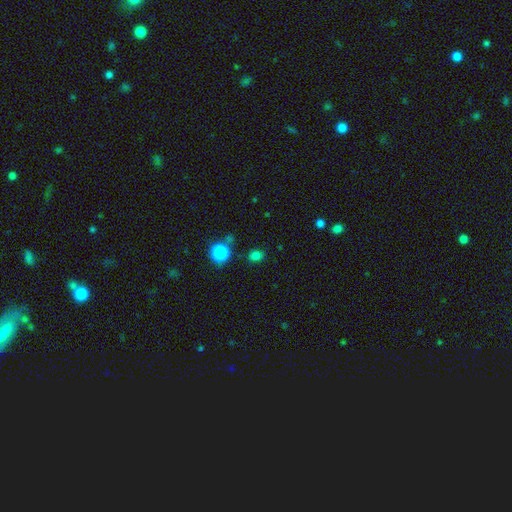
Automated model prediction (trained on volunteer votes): Smooth or featured? smooth (76%)
How rounded? round (62%)
Merging? none (82%)